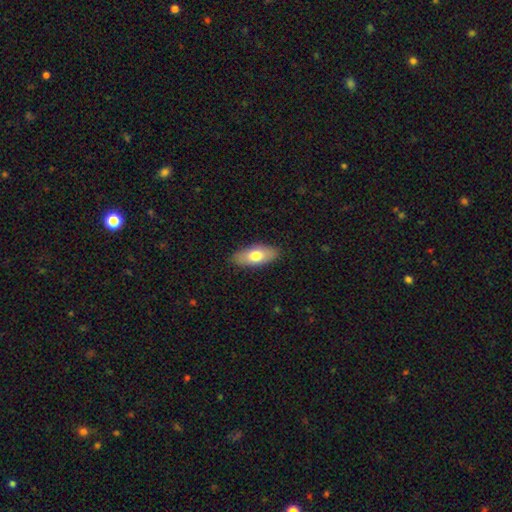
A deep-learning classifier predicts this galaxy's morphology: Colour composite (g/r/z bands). It shows a smooth galaxy with no disk features (72%) that is in between round and cigar-shaped (84%). Merging: none (87%).